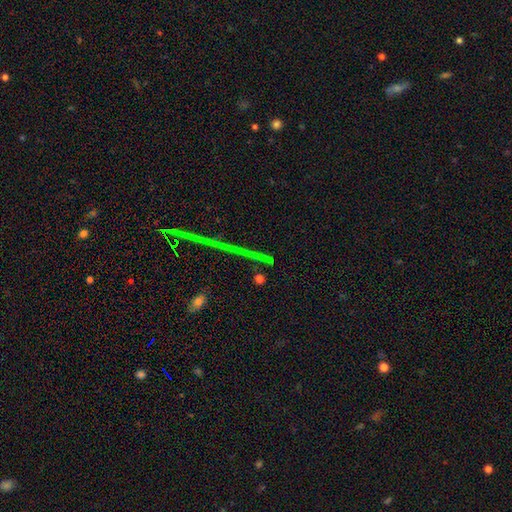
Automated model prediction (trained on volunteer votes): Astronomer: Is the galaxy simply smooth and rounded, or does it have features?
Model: star or artifact — 72%.